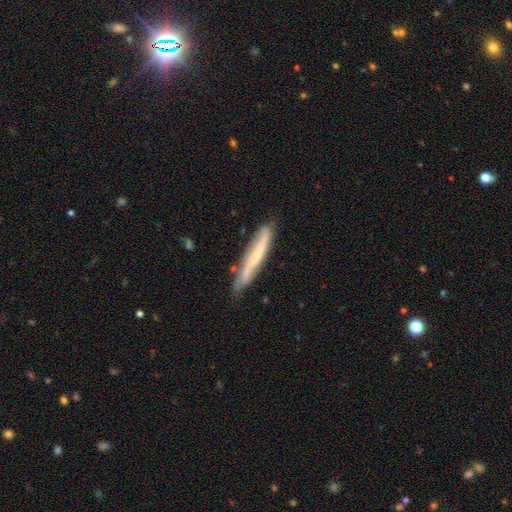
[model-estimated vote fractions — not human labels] A featured or disk galaxy (57%) viewed edge-on (68%). Merging: none (70%).